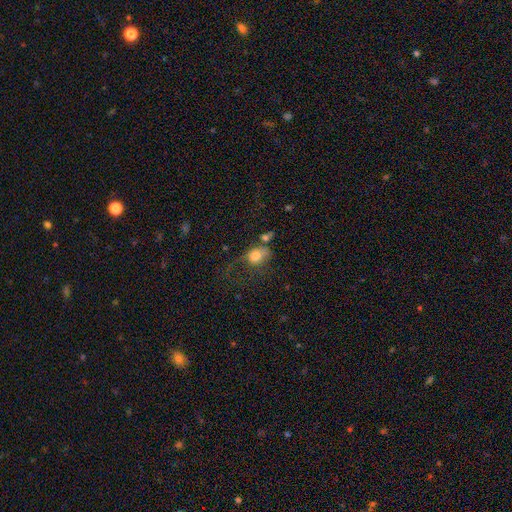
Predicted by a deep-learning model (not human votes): Q: Smooth or featured?
A: smooth (73%); runner-up: featured or disk (17%)
Q: How rounded?
A: in between (51%); runner-up: round (47%)
Q: Merging?
A: major disturbance (35%); runner-up: none (29%)